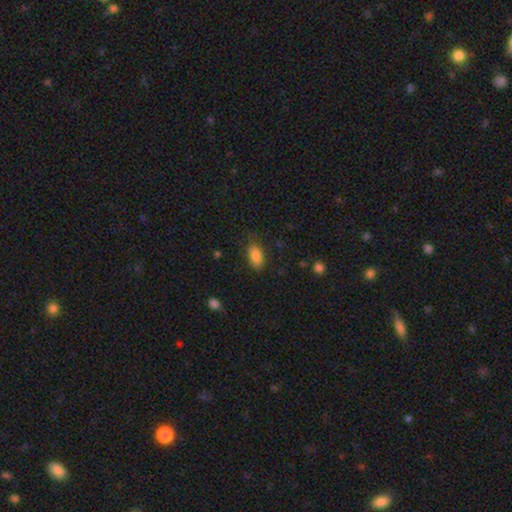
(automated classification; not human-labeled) Morphology: type=smooth (87%); roundness=in between (90%); merging=none (77%).